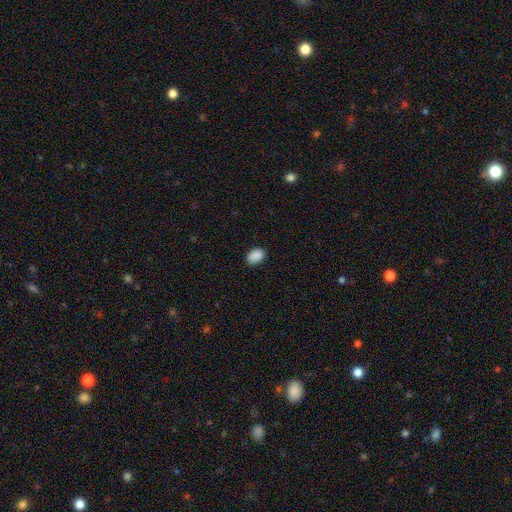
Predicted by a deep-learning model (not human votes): The model was most divided on "how rounded": in between: 79%, round: 20%, cigar-shaped: 1%. More confident: smooth or featured — smooth (90%); merging — none (84%).